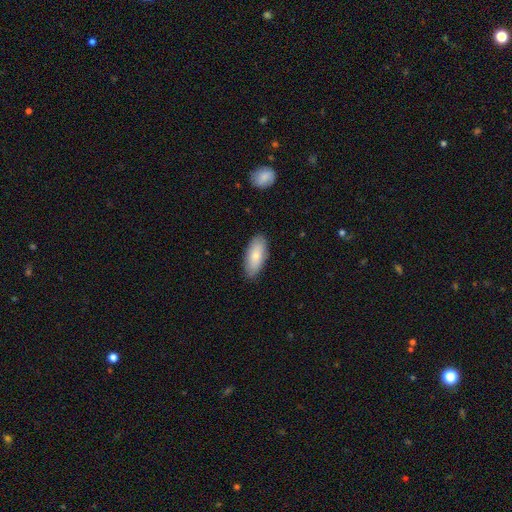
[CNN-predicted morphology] Smooth or featured: smooth — 80% (featured or disk — 15%)
How rounded: in between — 85% (cigar-shaped — 13%)
Merging: none — 84% (minor disturbance — 13%)